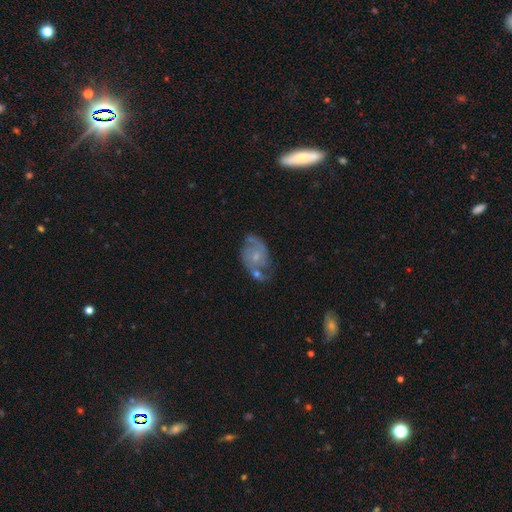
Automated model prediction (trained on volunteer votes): Smooth or featured? featured or disk (76%)
Edge-on disk? no (97%)
Bar? no (71%)
Spiral arms? yes (90%)
Spiral winding? medium (47%)
Spiral arm count? 2 (77%)
Bulge size? small (61%)
Merging? none (53%)